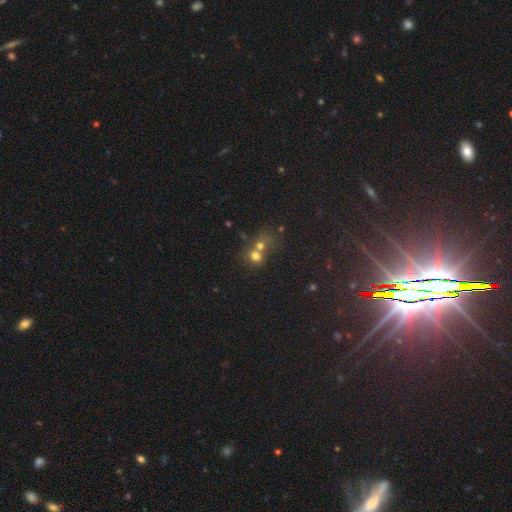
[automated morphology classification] smooth 68%, star or artifact 18%, featured or disk 14%. Down the decision tree: how rounded — round (74%); merging — merger (59%).